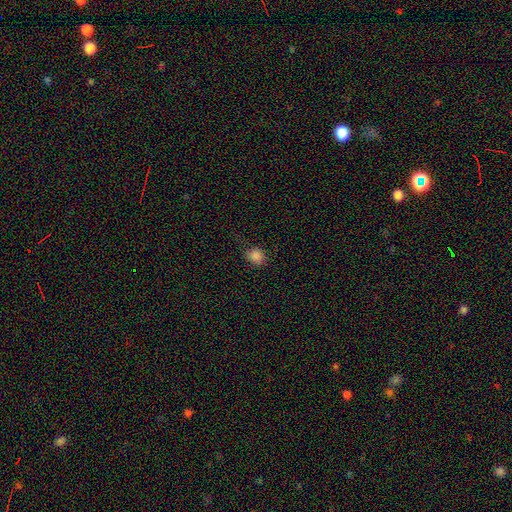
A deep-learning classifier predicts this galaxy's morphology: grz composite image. It shows a smooth galaxy with no disk features (83%) that is round (71%). Merging: none (73%).